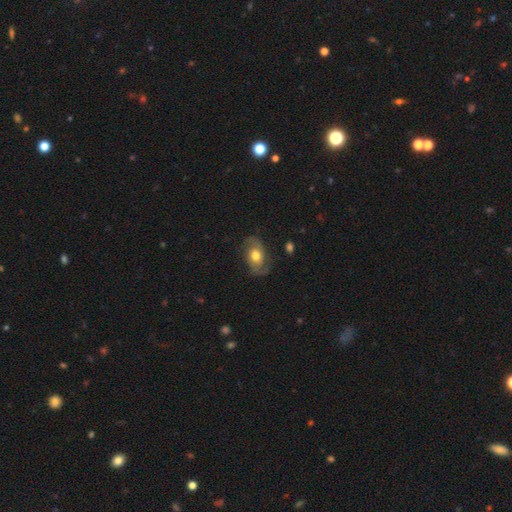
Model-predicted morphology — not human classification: smooth-or-featured: featured or disk: 67% | smooth: 26% | star or artifact: 7%
  disk-edge-on: no: 96% | yes: 4%
    bar: no: 72% | weak: 23% | strong: 5%
    has-spiral-arms: yes: 85% | no: 15%
      spiral-winding: medium: 45% | loose: 35% | tight: 20%
      spiral-arm-count: 2: 89% | can't tell: 6% | 1: 2% | 3: 1% | 4: 1% | more than 4: 1%
    bulge-size: moderate: 66% | large: 24% | small: 7% | dominant: 2% | none: 1%
  merging: none: 74% | minor disturbance: 17% | major disturbance: 8% | merger: 1%